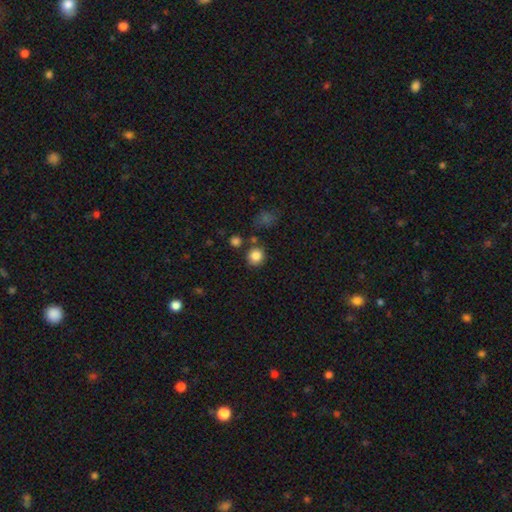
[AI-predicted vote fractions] smooth_or_featured: smooth (p=0.84) [alt: star or artifact p=0.11]
how_rounded: round (p=0.89) [alt: in between p=0.10]
merging: none (p=0.79) [alt: minor disturbance p=0.10]